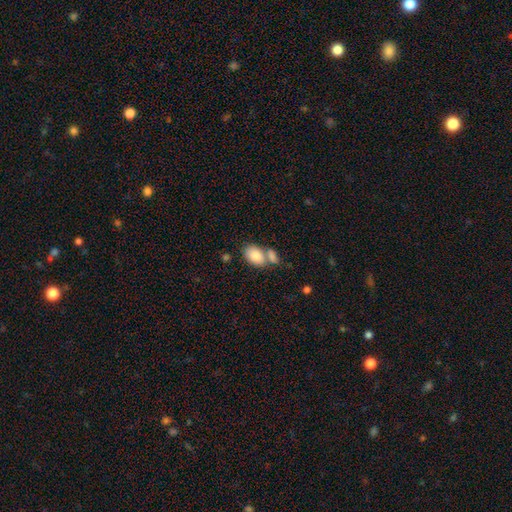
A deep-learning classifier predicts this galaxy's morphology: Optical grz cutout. It shows a smooth galaxy with no disk features (84%) that is in between round and cigar-shaped (87%). Merging: merger (44%).